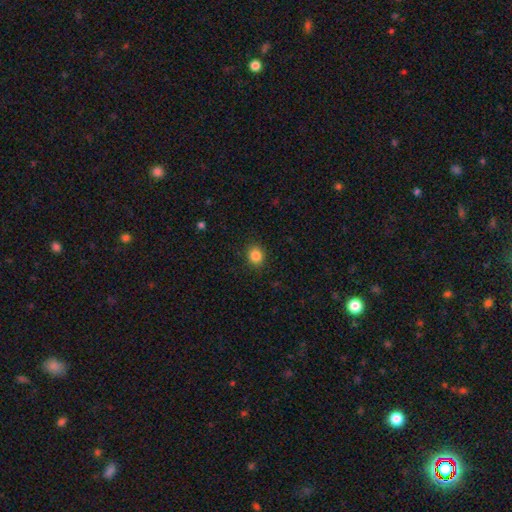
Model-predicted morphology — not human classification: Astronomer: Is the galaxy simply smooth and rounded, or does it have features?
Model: smooth — 85%.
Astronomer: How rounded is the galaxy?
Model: round — 75%.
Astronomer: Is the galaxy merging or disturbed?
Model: none — 90%.